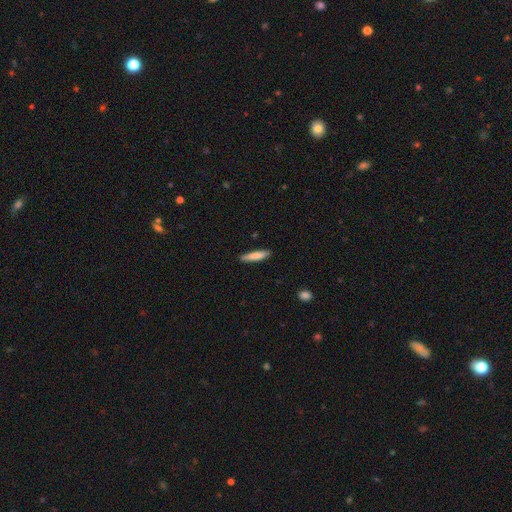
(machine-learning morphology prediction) type=smooth (81%); roundness=cigar-shaped (88%); merging=none (88%).